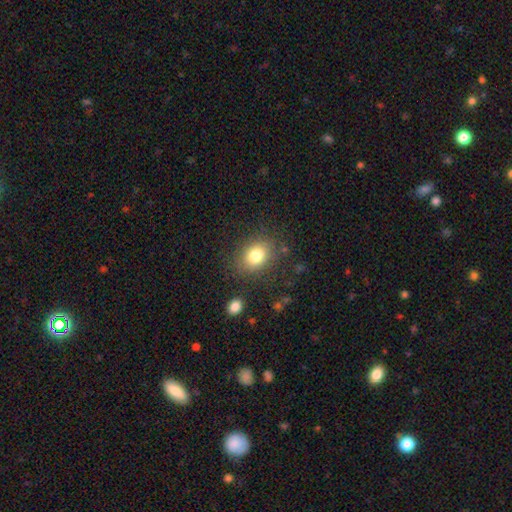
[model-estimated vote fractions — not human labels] Q: Smooth or featured?
A: smooth (79%); runner-up: star or artifact (10%)
Q: How rounded?
A: in between (56%); runner-up: round (43%)
Q: Merging?
A: none (82%); runner-up: minor disturbance (11%)